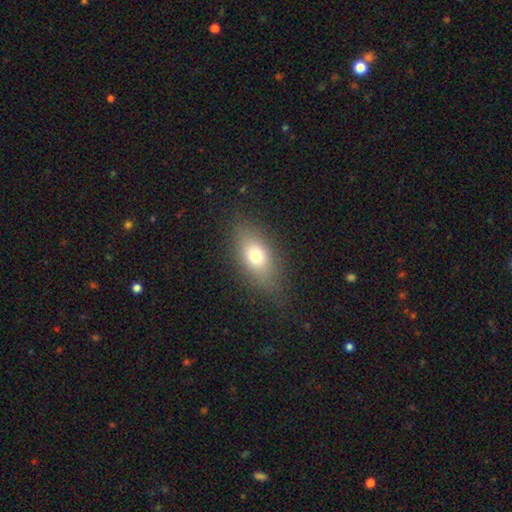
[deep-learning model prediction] Smooth or featured: smooth — 71% (featured or disk — 17%)
How rounded: in between — 78% (round — 15%)
Merging: none — 78% (minor disturbance — 14%)